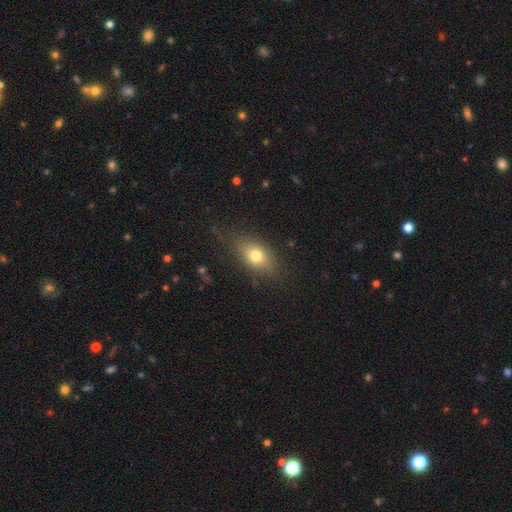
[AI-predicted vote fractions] Smooth or featured? smooth (73%)
How rounded? in between (77%)
Merging? none (75%)